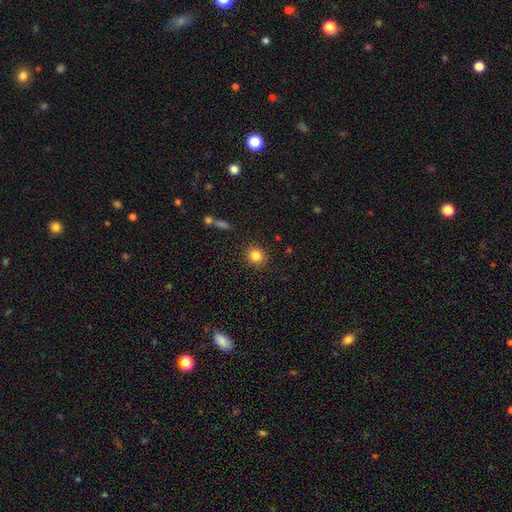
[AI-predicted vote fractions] A smooth galaxy with no disk features (84%) that is round (82%).

Vote fractions:
- Smooth or featured? smooth: 84% / star or artifact: 10% / featured or disk: 6%
- How rounded? round: 82% / in between: 17% / cigar-shaped: 1%
- Merging? none: 89% / minor disturbance: 7% / major disturbance: 2% / merger: 2%